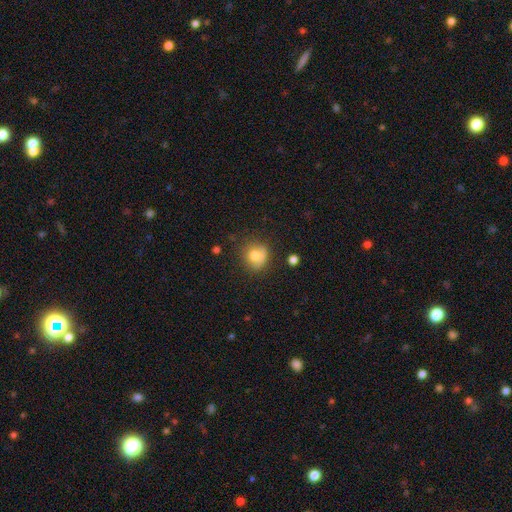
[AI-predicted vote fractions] This is likely a smooth galaxy (74%). How rounded: clearly round (82%). Merging: likely none (60%).